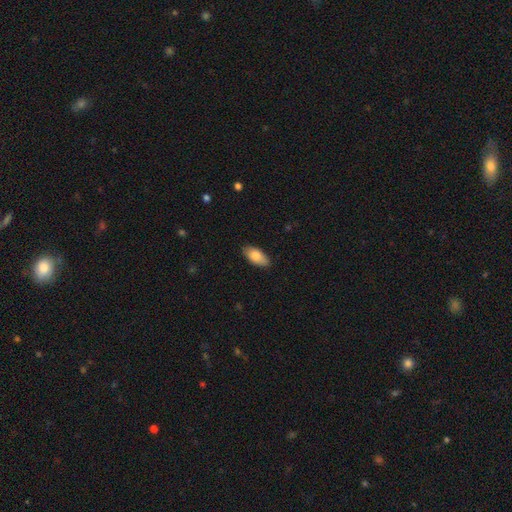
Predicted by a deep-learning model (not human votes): Smooth or featured? Predicted: smooth (p=0.82). How rounded? Predicted: in between (p=0.89). Merging? Predicted: none (p=0.85).